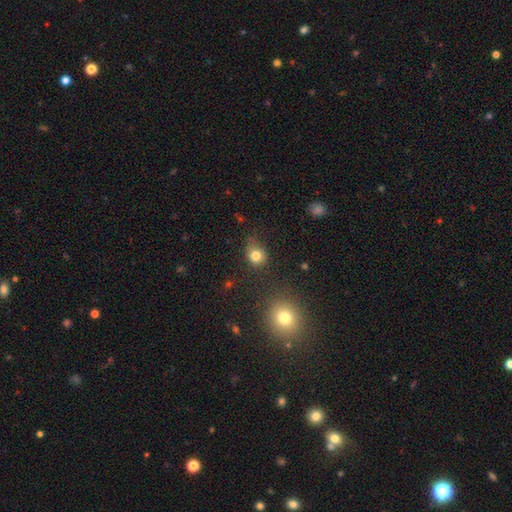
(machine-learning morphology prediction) A smooth galaxy with no disk features (80%) that is round (74%).

Vote fractions:
- Smooth or featured? smooth: 80% / star or artifact: 14% / featured or disk: 7%
- How rounded? round: 74% / in between: 25% / cigar-shaped: 1%
- Merging? none: 63% / minor disturbance: 25% / major disturbance: 8% / merger: 4%